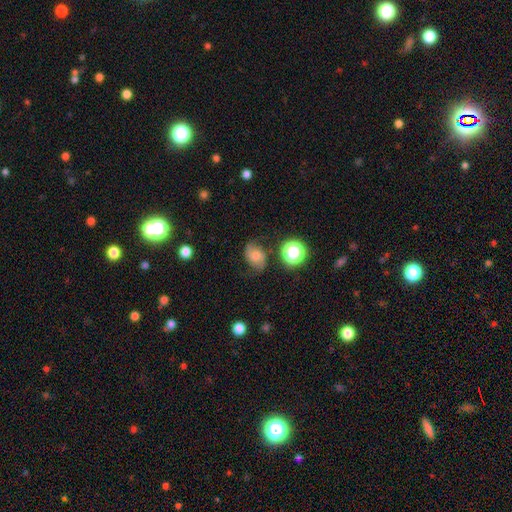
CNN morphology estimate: smooth_or_featured: smooth (p=0.48) [alt: featured or disk p=0.39]
merging: none (p=0.66) [alt: minor disturbance p=0.23]